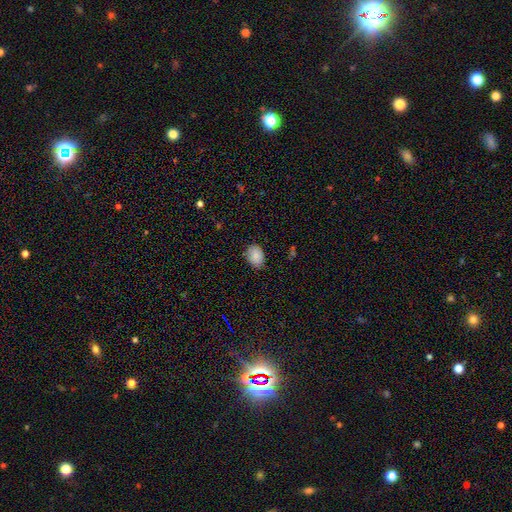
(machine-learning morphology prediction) type=smooth (85%); roundness=in between (75%); merging=none (79%).